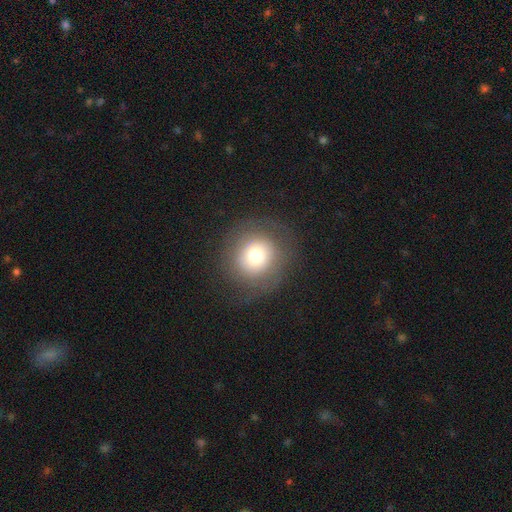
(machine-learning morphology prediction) A smooth galaxy with no disk features (67%) that is round (90%). Merging: none (78%).